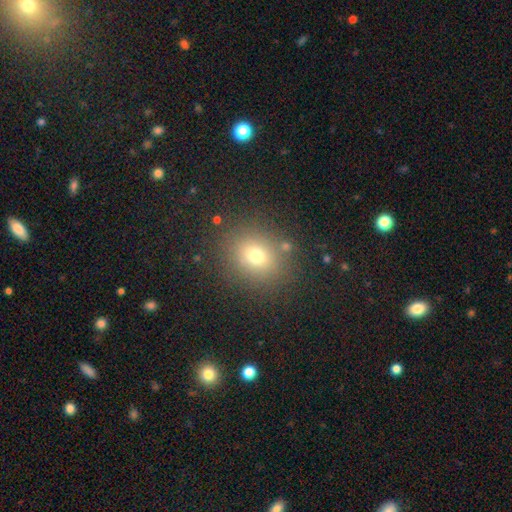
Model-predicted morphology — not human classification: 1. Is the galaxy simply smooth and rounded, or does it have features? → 72% smooth, 18% star or artifact, 11% featured or disk.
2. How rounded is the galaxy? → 69% round, 30% in between, 1% cigar-shaped.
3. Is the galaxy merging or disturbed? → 85% none, 9% minor disturbance, 4% major disturbance, 3% merger.